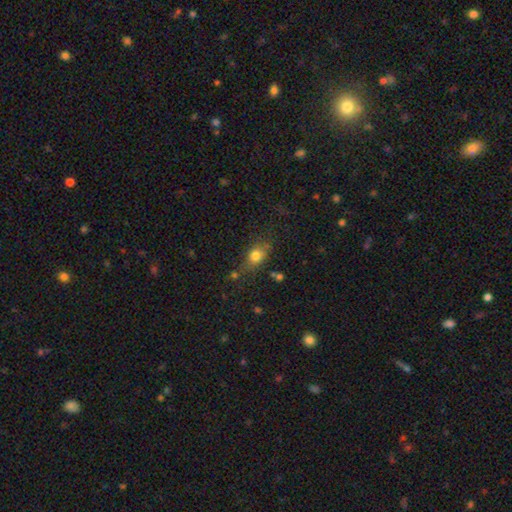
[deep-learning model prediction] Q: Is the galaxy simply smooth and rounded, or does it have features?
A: smooth — 75%.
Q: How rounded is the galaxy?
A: in between — 56%.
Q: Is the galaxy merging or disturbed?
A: none — 64%.